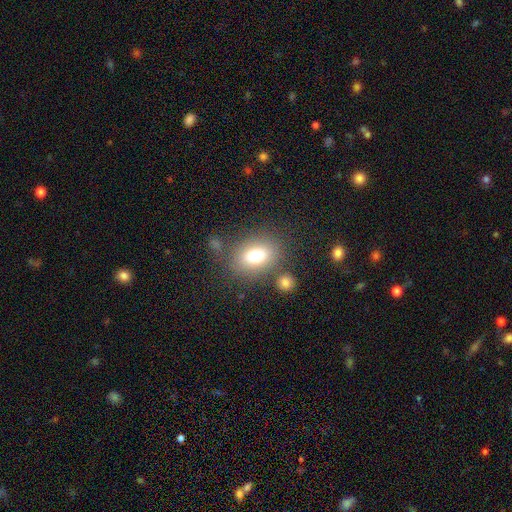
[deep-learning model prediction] Smooth or featured? smooth (76%)
How rounded? in between (68%)
Merging? none (71%)